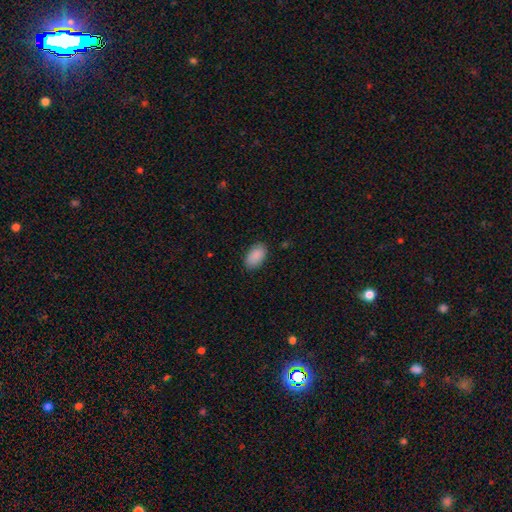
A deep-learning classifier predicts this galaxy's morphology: Smooth or featured: smooth — 90% (star or artifact — 6%)
How rounded: in between — 94% (round — 4%)
Merging: none — 86% (minor disturbance — 11%)